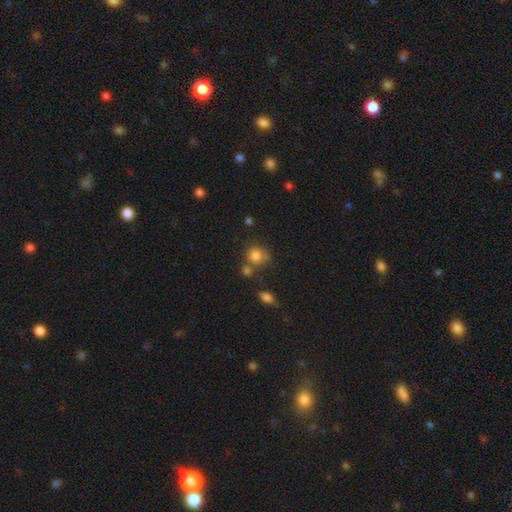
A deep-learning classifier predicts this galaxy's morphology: Smooth or featured? Predicted: smooth (p=0.80). How rounded? Predicted: round (p=0.79). Merging? Predicted: none (p=0.56).